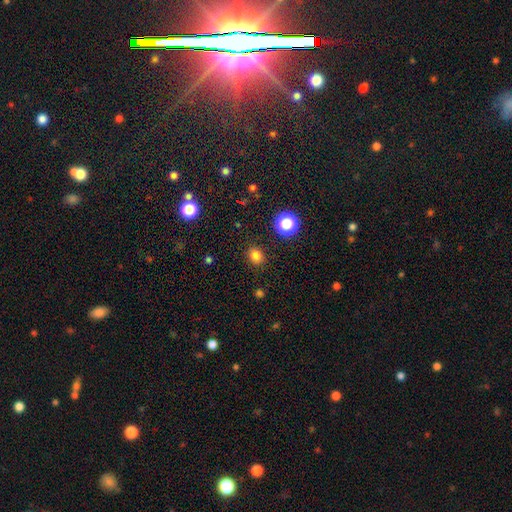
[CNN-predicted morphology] Overall: smooth (81%). How rounded: round (71%). Merging: none (89%).